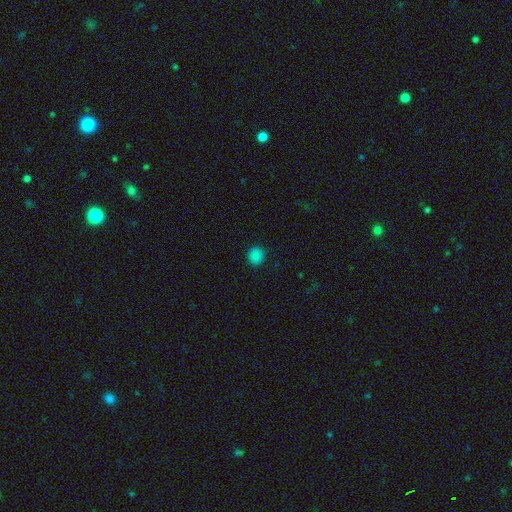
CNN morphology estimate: Smooth or featured: smooth — 83% (star or artifact — 14%)
How rounded: round — 88% (in between — 11%)
Merging: none — 89% (minor disturbance — 8%)